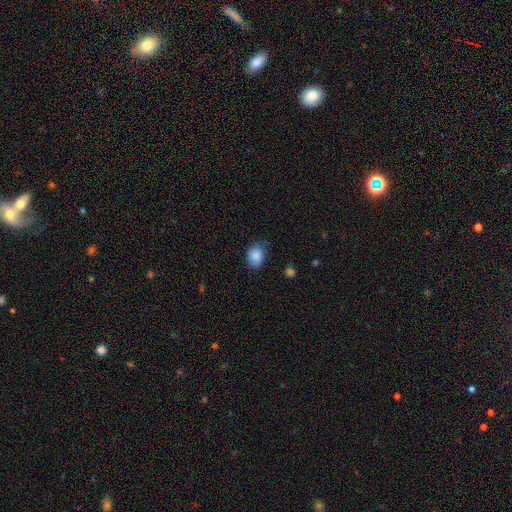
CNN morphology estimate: smooth 86%, star or artifact 8%, featured or disk 6%. Down the decision tree: how rounded — in between (63%); merging — none (70%).